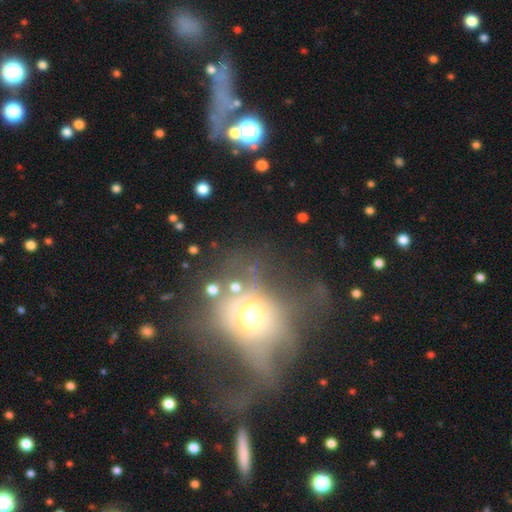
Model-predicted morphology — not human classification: A featured or disk galaxy (38%).

Vote fractions:
- Smooth or featured? featured or disk: 38% / smooth: 35% / star or artifact: 28%
- Merging? major disturbance: 39% / none: 33% / minor disturbance: 15% / merger: 13%